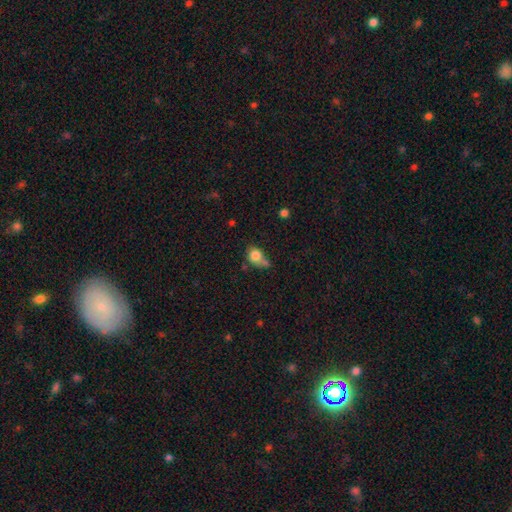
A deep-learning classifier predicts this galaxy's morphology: Smooth or featured? smooth (80%)
How rounded? round (57%)
Merging? none (36%)